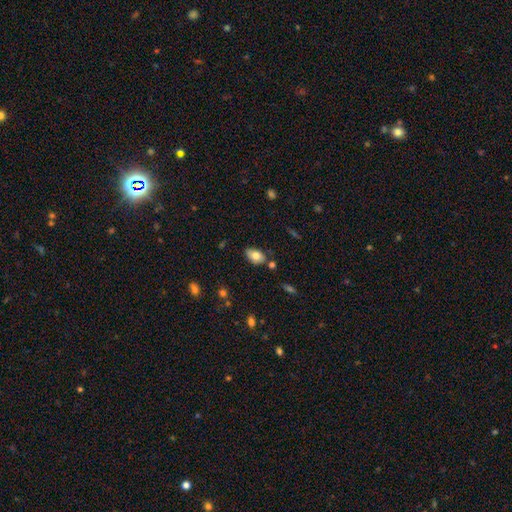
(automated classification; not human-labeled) Overall: smooth (78%). How rounded: in between (90%). Merging: none (74%).